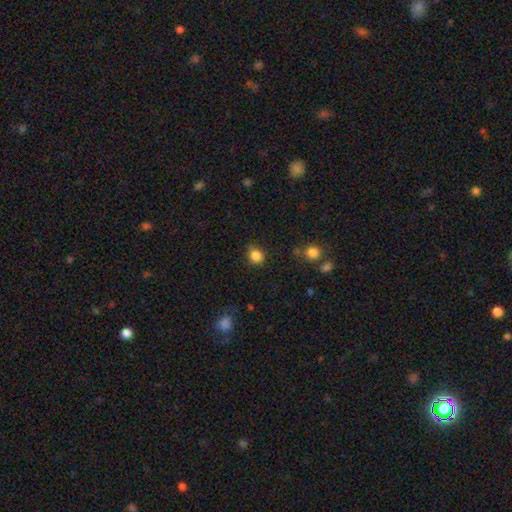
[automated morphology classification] This appears to be a smooth galaxy with no disk features (84%) that is round (82%). Merging: none (74%).